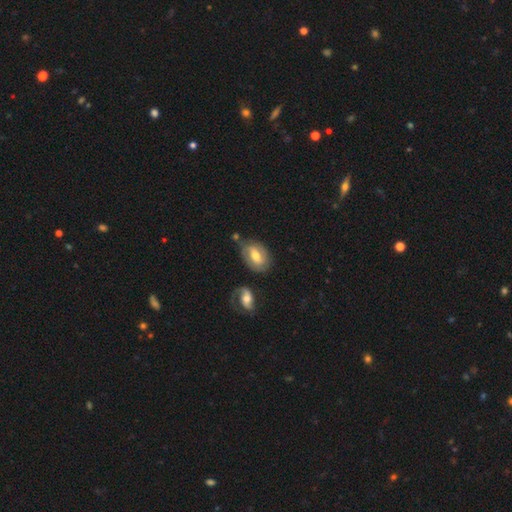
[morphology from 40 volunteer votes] This is likely a featured or disk galaxy (62%). It is clearly not viewed edge-on (96%). Bar: possibly weak (54%). Spiral arm pattern: likely yes (79%). Spiral arm count: likely 2 (63%). Spiral winding: marginally loose (37%). Central bulge: likely moderate (71%). Merging: likely none (62%).